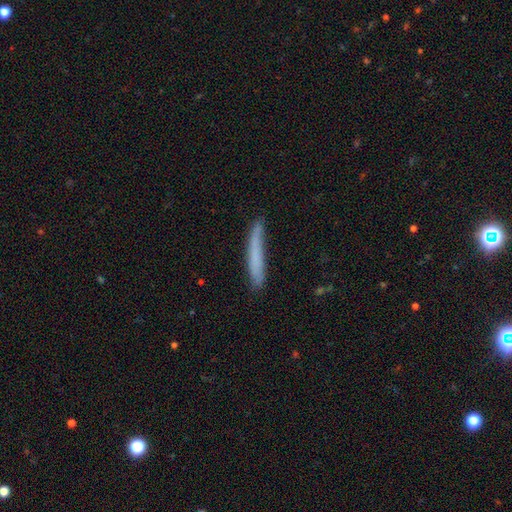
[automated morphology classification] This is likely a smooth galaxy (67%). How rounded: clearly cigar-shaped (95%). Merging: likely none (70%).